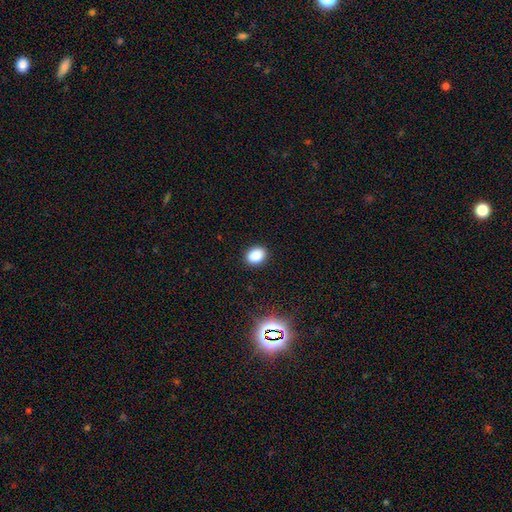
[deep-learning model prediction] Smooth or featured?
  - smooth: 86% *
  - star or artifact: 11%
  - featured or disk: 3%
How rounded?
  - in between: 64% *
  - round: 35%
  - cigar-shaped: 1%
Merging?
  - none: 89% *
  - minor disturbance: 7%
  - major disturbance: 2%
  - merger: 1%